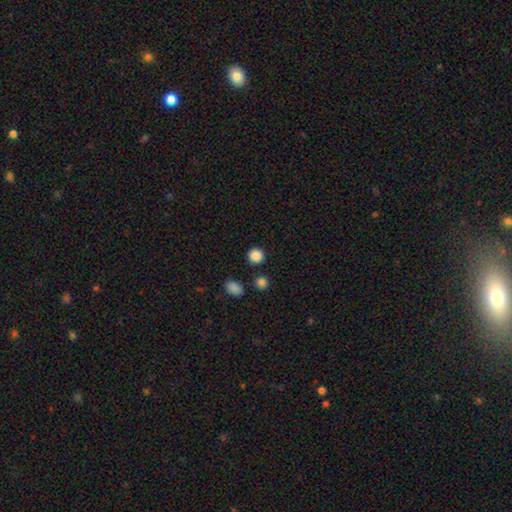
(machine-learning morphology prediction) The model was most divided on "smooth or featured": smooth: 86%, star or artifact: 11%, featured or disk: 3%. More confident: how rounded — round (91%); merging — none (87%).